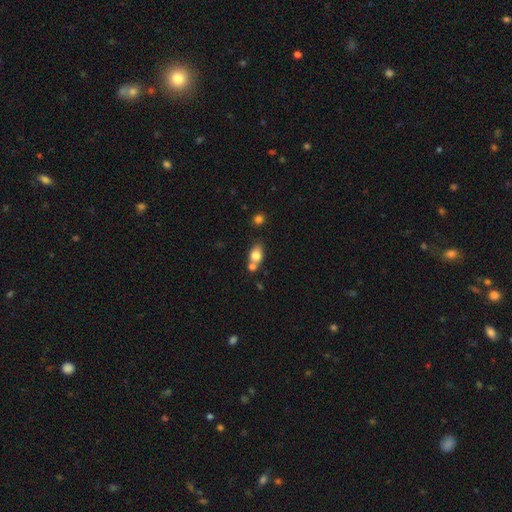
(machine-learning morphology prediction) type=smooth (76%); roundness=in between (68%); merging=none (44%).